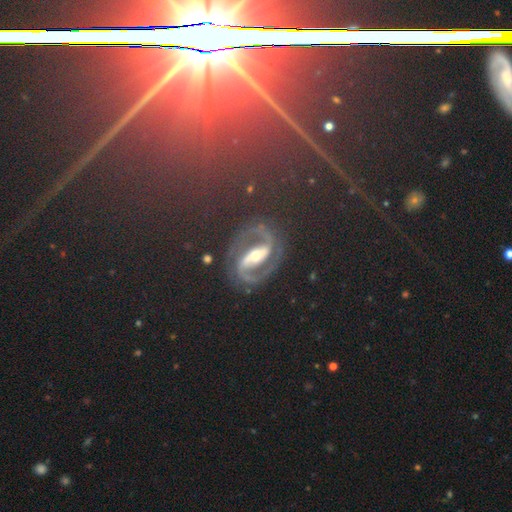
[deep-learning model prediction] This appears to be a featured or disk galaxy (79%) with a strong bar (60%), 2 (94%) medium (51%) spiral arms (92%) and a moderate central bulge (69%). Merging: none (78%).